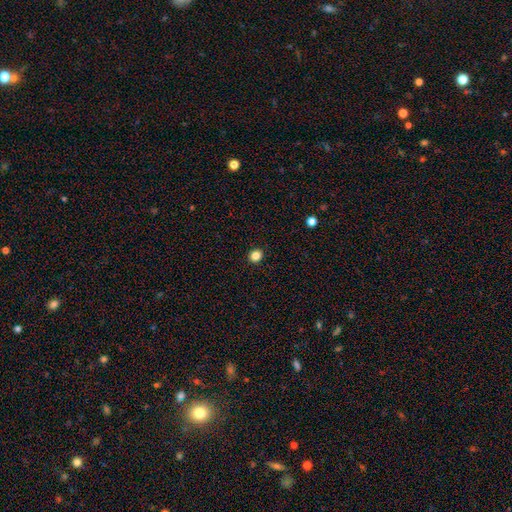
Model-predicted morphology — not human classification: Q: Smooth or featured?
A: smooth (84%); runner-up: star or artifact (12%)
Q: How rounded?
A: round (77%); runner-up: in between (23%)
Q: Merging?
A: none (92%); runner-up: minor disturbance (5%)